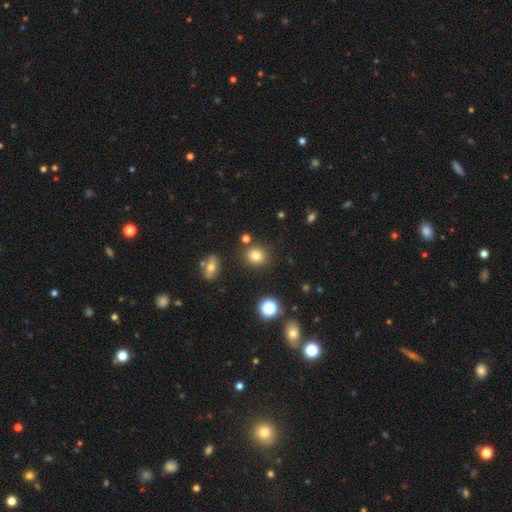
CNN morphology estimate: Smooth or featured? Predicted: smooth (p=0.79). How rounded? Predicted: round (p=0.79). Merging? Predicted: none (p=0.83).